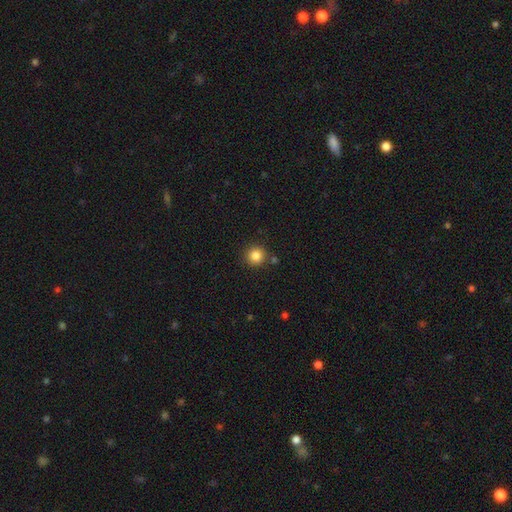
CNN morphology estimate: Overall: smooth (84%). How rounded: round (93%). Merging: none (85%).